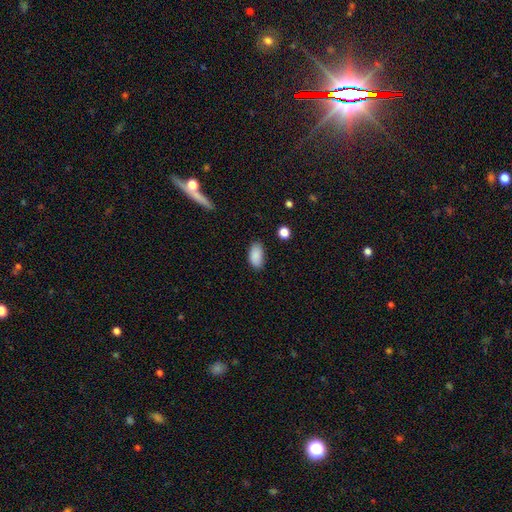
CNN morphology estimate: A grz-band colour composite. It shows a smooth galaxy with no disk features (88%) that is in between round and cigar-shaped (93%). Merging: none (78%).